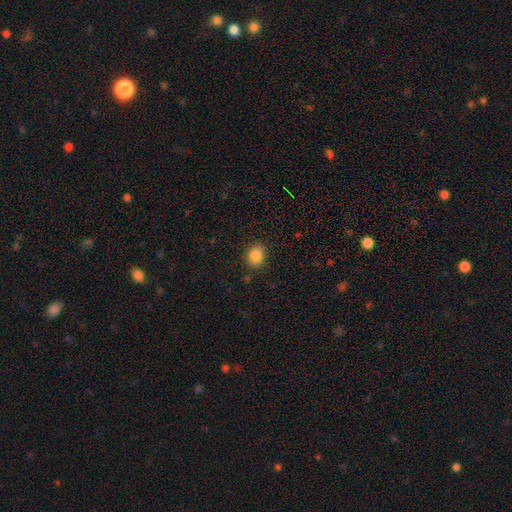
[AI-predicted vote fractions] smooth 85%, star or artifact 10%, featured or disk 5%. Down the decision tree: how rounded — round (55%); merging — none (84%).